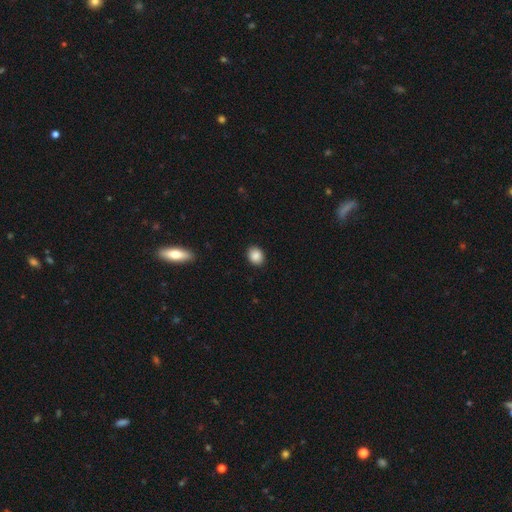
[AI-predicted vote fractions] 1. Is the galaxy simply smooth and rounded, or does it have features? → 88% smooth, 8% star or artifact, 4% featured or disk.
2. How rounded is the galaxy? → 59% round, 40% in between, 1% cigar-shaped.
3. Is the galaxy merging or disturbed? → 90% none, 7% minor disturbance, 2% major disturbance, 1% merger.